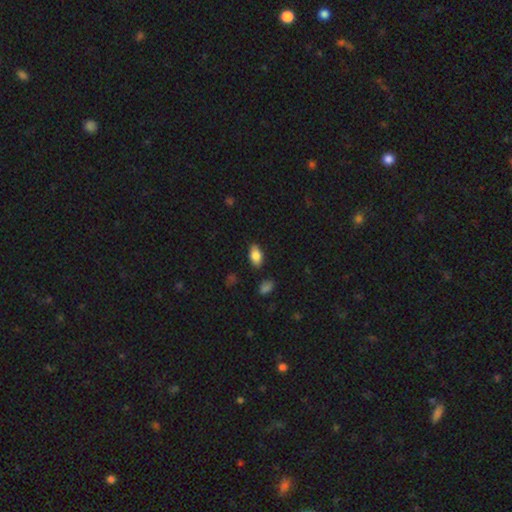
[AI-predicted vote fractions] A smooth galaxy with no disk features (84%) that is in between round and cigar-shaped (91%). Merging: none (84%).